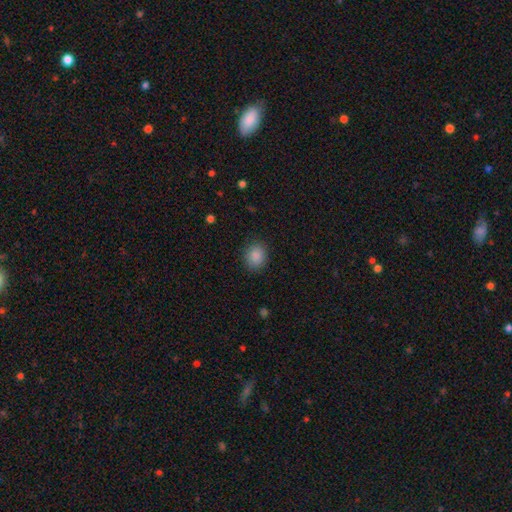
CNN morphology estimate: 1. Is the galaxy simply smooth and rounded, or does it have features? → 88% smooth, 9% star or artifact, 3% featured or disk.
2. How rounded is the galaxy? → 68% round, 31% in between, 1% cigar-shaped.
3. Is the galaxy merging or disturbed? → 87% none, 9% minor disturbance, 3% major disturbance, 1% merger.